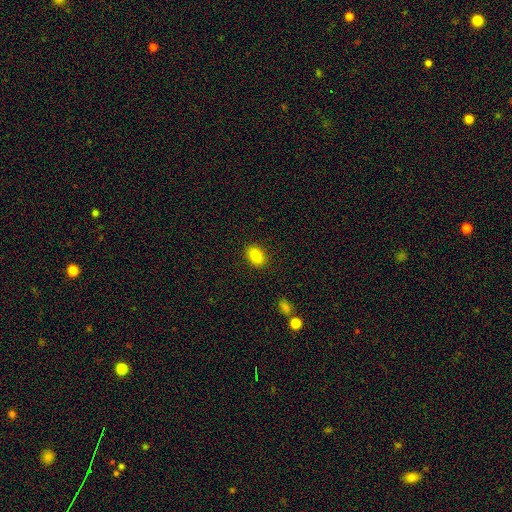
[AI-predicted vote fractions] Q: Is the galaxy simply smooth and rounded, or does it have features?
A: smooth — 84%.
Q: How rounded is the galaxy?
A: in between — 80%.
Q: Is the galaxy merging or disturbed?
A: none — 89%.